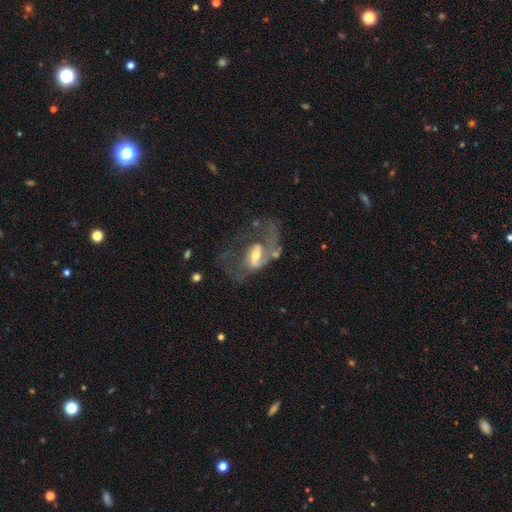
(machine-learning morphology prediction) Smooth or featured? Predicted: featured or disk (p=0.79). Edge-on disk? Predicted: no (p=0.96). Bar? Predicted: weak (p=0.46). Spiral arms? Predicted: yes (p=0.84). Spiral winding? Predicted: loose (p=0.49). Spiral arm count? Predicted: 2 (p=0.56). Bulge size? Predicted: moderate (p=0.63). Merging? Predicted: major disturbance (p=0.43).